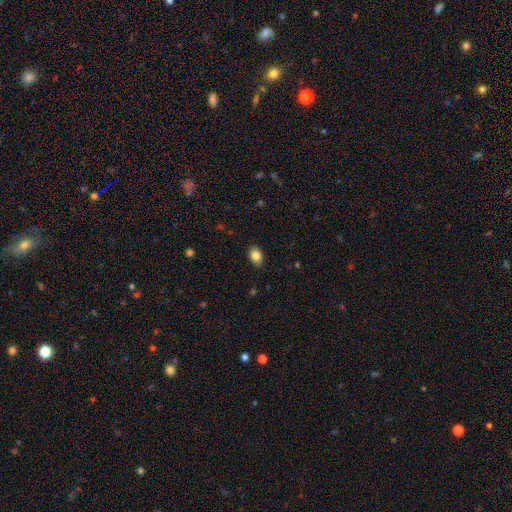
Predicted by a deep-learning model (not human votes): The model was most divided on "how rounded": in between: 75%, round: 23%, cigar-shaped: 1%. More confident: merging — none (86%); smooth or featured — smooth (86%).